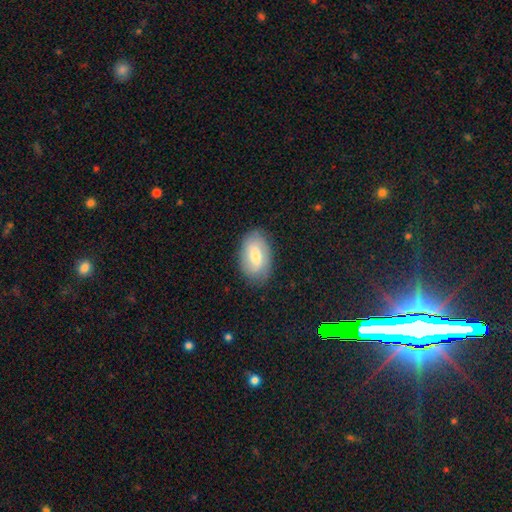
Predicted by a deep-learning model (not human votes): Morphology: type=smooth (57%); roundness=in between (92%); merging=none (82%).